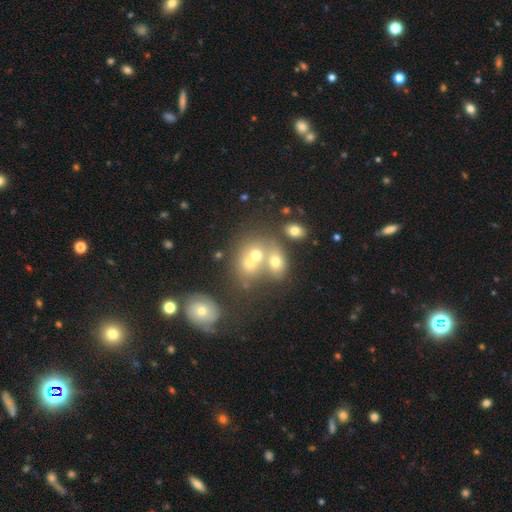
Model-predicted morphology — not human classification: smooth_or_featured: smooth (p=0.60) [alt: featured or disk p=0.24]
how_rounded: round (p=0.61) [alt: in between p=0.38]
merging: merger (p=0.57) [alt: none p=0.29]